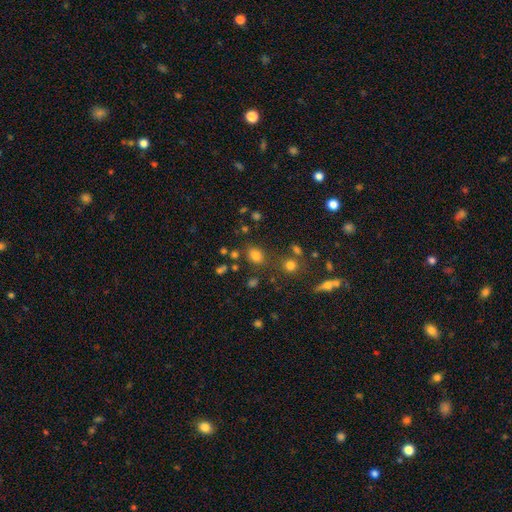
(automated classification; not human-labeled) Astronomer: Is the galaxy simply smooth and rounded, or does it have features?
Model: smooth — 76%.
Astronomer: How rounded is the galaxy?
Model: in between — 63%.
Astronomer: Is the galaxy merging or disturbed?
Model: none — 71%.